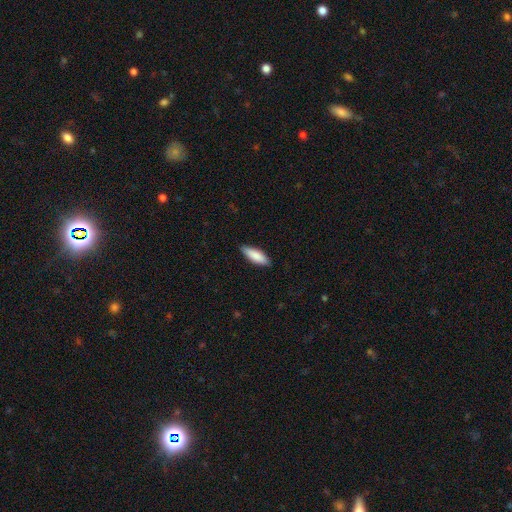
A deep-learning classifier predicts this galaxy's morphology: This is clearly a smooth galaxy (86%). How rounded: possibly in between (60%). Merging: clearly none (87%).